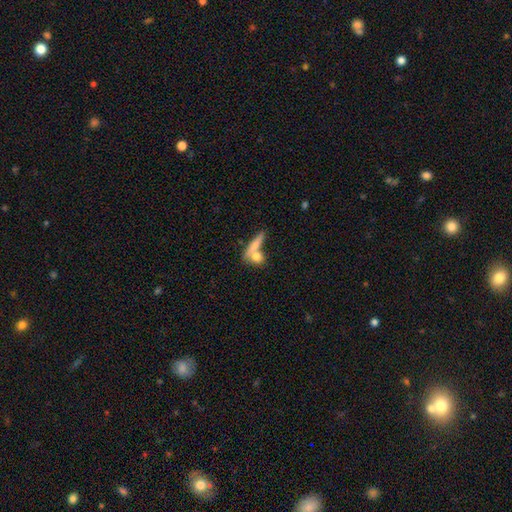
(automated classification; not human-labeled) Smooth or featured? Predicted: smooth (p=0.73). How rounded? Predicted: round (p=0.42). Merging? Predicted: none (p=0.45).